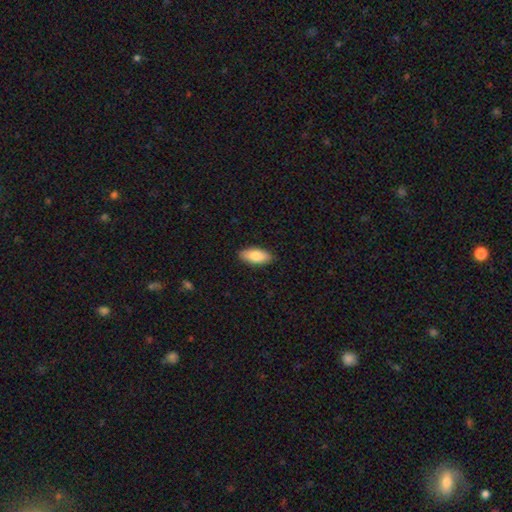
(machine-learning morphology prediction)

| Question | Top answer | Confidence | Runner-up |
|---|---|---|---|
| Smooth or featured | smooth | 85% | featured or disk (9%) |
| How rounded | in between | 86% | cigar-shaped (12%) |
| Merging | none | 88% | minor disturbance (9%) |